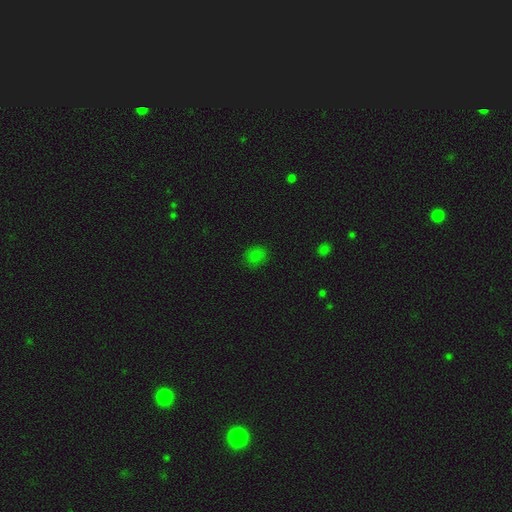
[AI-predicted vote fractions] Q: Smooth or featured?
A: smooth (78%); runner-up: star or artifact (17%)
Q: How rounded?
A: round (76%); runner-up: in between (23%)
Q: Merging?
A: none (83%); runner-up: minor disturbance (12%)